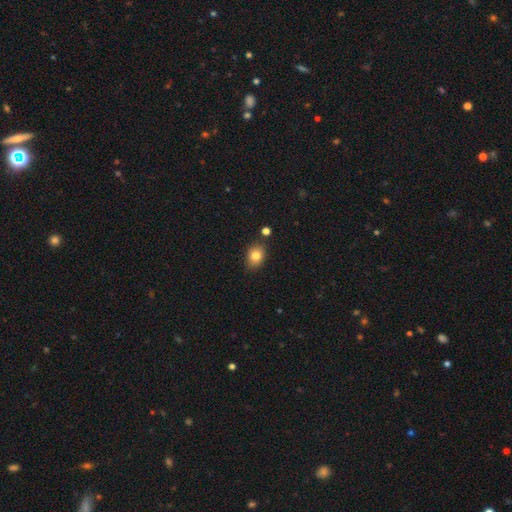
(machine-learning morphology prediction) This is clearly a smooth galaxy (81%). How rounded: possibly in between (60%). Merging: likely none (80%).